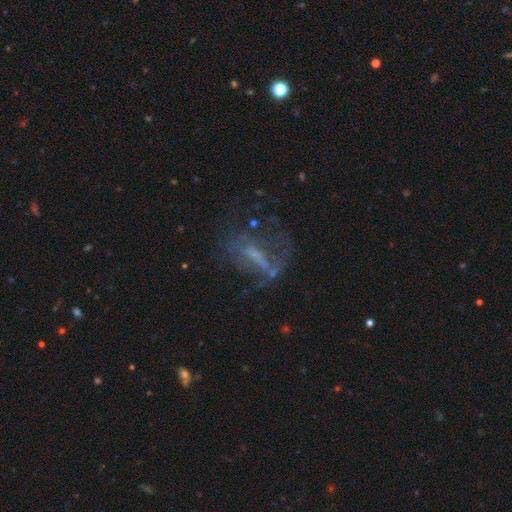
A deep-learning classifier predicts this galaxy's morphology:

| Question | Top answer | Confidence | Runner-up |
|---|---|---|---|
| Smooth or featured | featured or disk | 57% | smooth (24%) |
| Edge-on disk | no | 85% | yes (15%) |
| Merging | none | 42% | major disturbance (35%) |